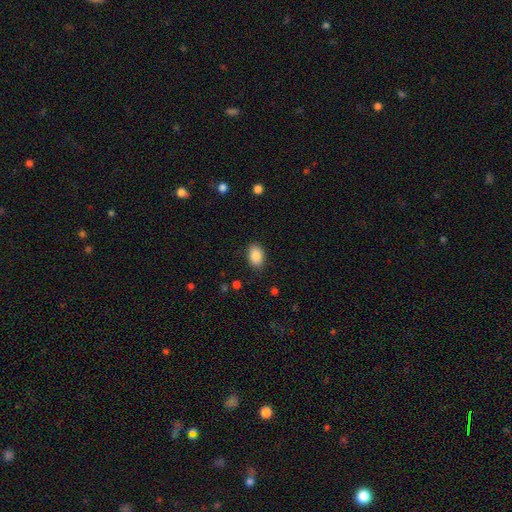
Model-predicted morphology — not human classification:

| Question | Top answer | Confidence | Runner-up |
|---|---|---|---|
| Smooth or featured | smooth | 87% | star or artifact (8%) |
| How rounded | in between | 86% | round (13%) |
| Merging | none | 86% | minor disturbance (10%) |